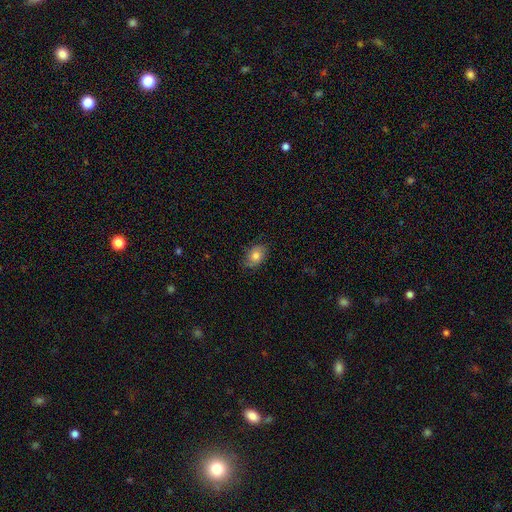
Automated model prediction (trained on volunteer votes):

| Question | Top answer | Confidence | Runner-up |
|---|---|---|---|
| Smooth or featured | smooth | 74% | featured or disk (16%) |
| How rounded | in between | 74% | round (25%) |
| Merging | none | 76% | minor disturbance (19%) |